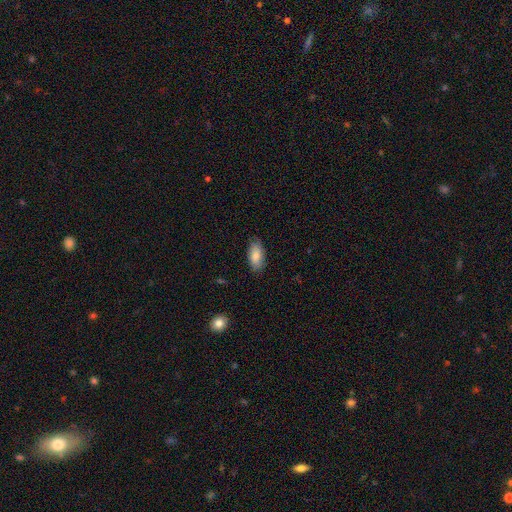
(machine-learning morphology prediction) Smooth or featured: smooth — 84% (featured or disk — 10%)
How rounded: in between — 90% (cigar-shaped — 7%)
Merging: none — 83% (minor disturbance — 14%)